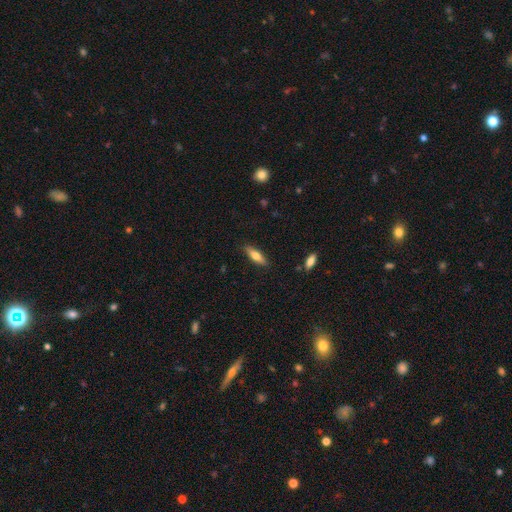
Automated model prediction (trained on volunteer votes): This is likely a smooth galaxy (63%). How rounded: possibly cigar-shaped (57%). Merging: clearly none (86%).